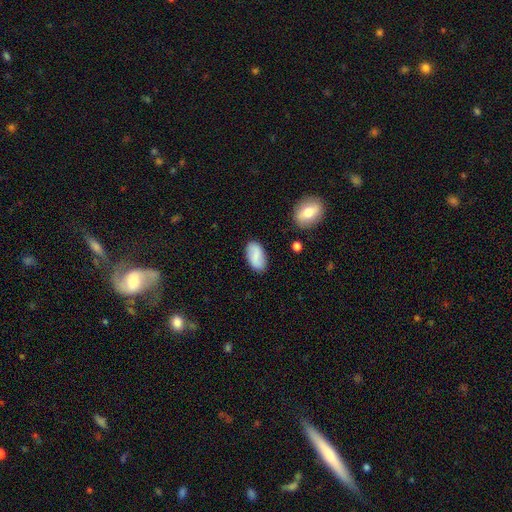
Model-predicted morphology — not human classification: A smooth galaxy with no disk features (70%) that is in between round and cigar-shaped (94%). Merging: none (83%).